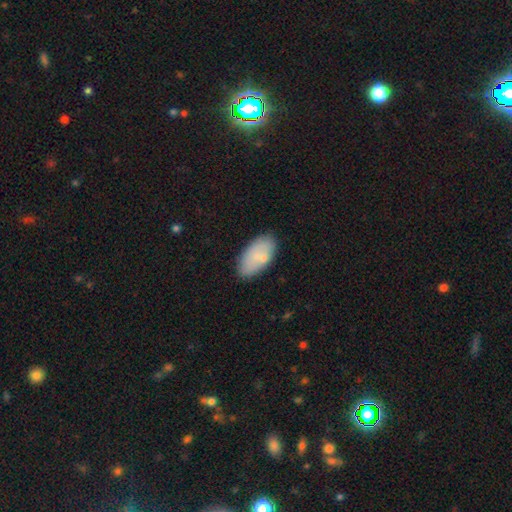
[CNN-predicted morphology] A smooth galaxy with no disk features (75%) that is in between round and cigar-shaped (94%).

Vote fractions:
- Smooth or featured? smooth: 75% / featured or disk: 18% / star or artifact: 7%
- How rounded? in between: 94% / cigar-shaped: 3% / round: 3%
- Merging? none: 75% / minor disturbance: 16% / merger: 5% / major disturbance: 4%